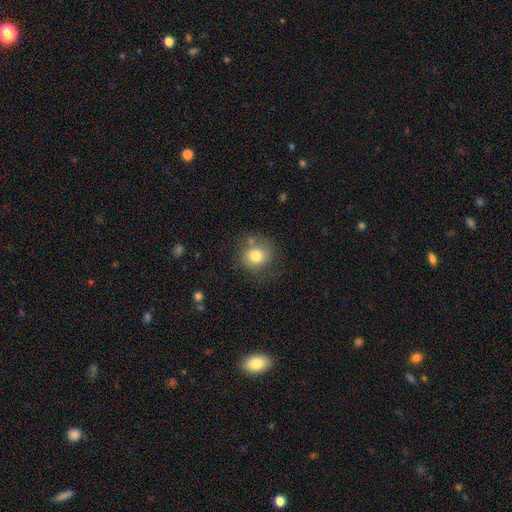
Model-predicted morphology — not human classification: Q: Smooth or featured?
A: smooth (77%); runner-up: featured or disk (14%)
Q: How rounded?
A: round (85%); runner-up: in between (14%)
Q: Merging?
A: none (65%); runner-up: minor disturbance (19%)